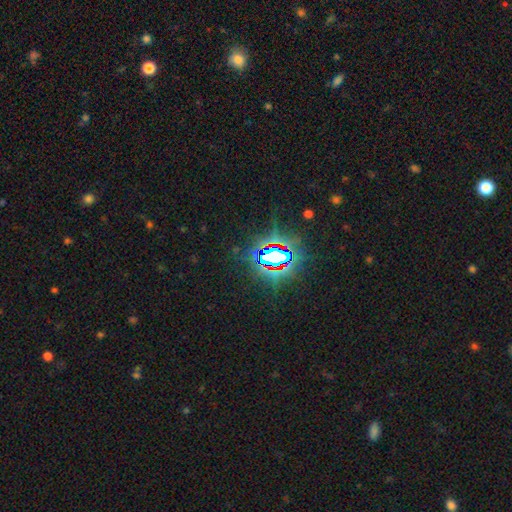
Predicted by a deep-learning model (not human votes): Smooth or featured?
  - star or artifact: 82% *
  - smooth: 10%
  - featured or disk: 8%